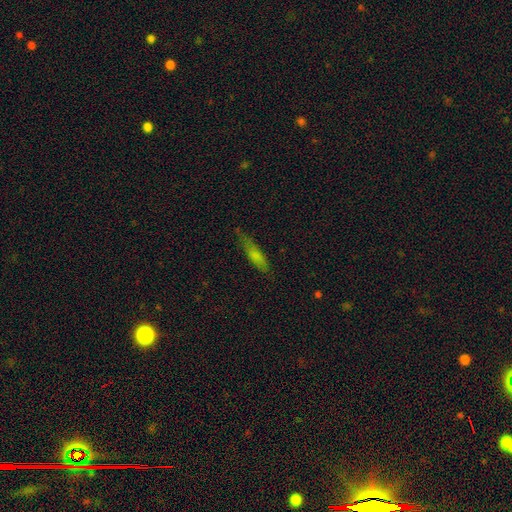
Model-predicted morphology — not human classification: This appears to be a smooth galaxy with no disk features (71%) that is cigar-shaped (62%). Merging: none (62%).